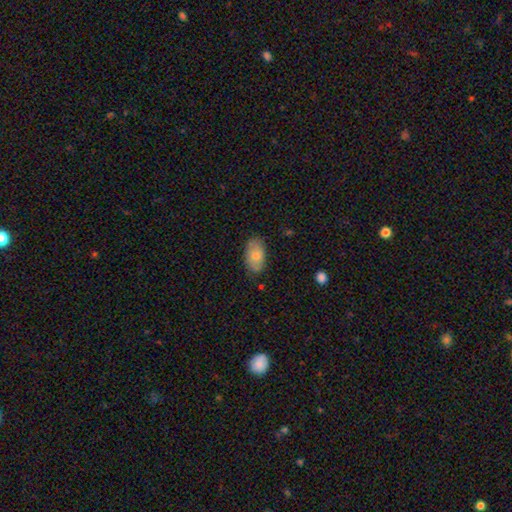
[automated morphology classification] A smooth galaxy with no disk features (70%) that is in between round and cigar-shaped (93%). Merging: none (82%).